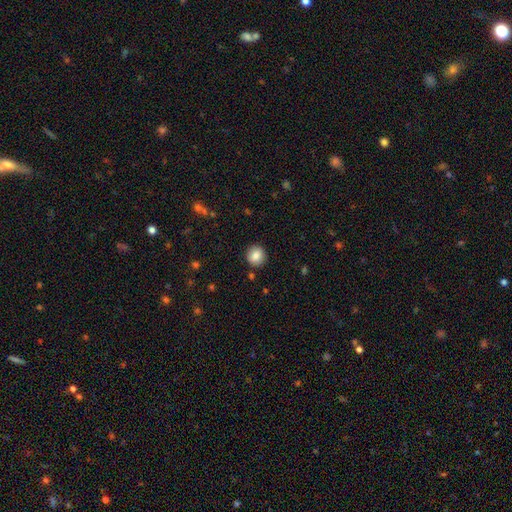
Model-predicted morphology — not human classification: This appears to be a smooth galaxy with no disk features (85%) that is round (90%). Merging: none (90%).